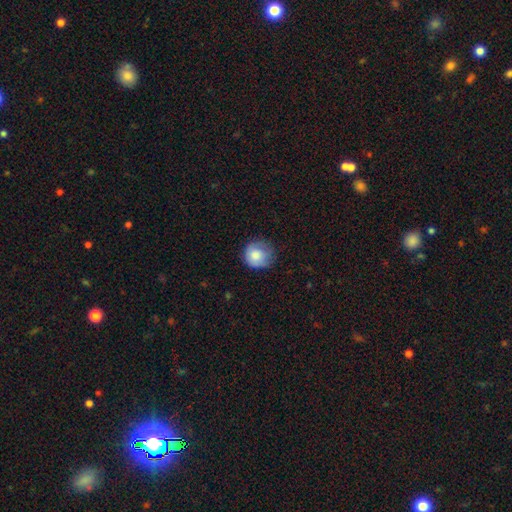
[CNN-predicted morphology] Smooth or featured?
  - smooth: 79% *
  - featured or disk: 14%
  - star or artifact: 8%
How rounded?
  - round: 88% *
  - in between: 11%
  - cigar-shaped: 1%
Merging?
  - none: 61% *
  - minor disturbance: 29%
  - major disturbance: 9%
  - merger: 1%